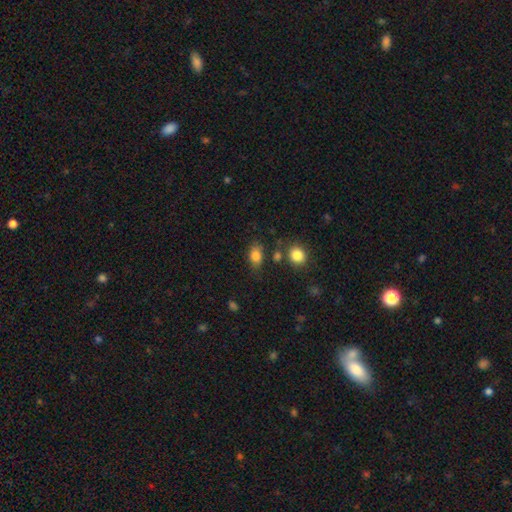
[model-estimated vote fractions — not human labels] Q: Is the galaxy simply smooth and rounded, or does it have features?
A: smooth — 82%.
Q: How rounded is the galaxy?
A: in between — 78%.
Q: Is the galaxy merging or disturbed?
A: none — 69%.